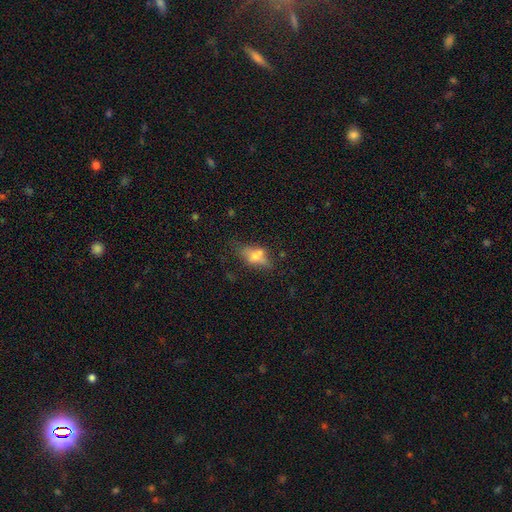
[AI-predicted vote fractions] Smooth or featured? smooth (49%)
Merging? none (48%)